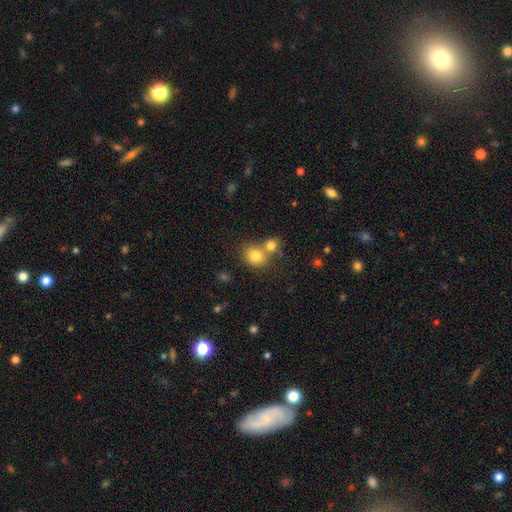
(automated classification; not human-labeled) Morphology: type=smooth (79%); roundness=round (66%); merging=merger (44%, tied with none).